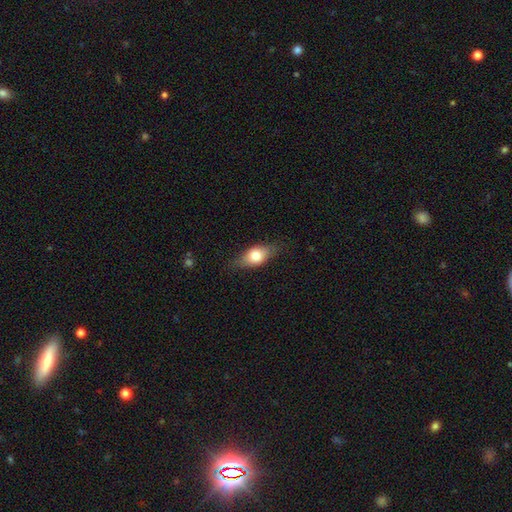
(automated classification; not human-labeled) smooth_or_featured: smooth (p=0.69) [alt: featured or disk p=0.23]
how_rounded: in between (p=0.80) [alt: round p=0.11]
merging: none (p=0.76) [alt: minor disturbance p=0.18]